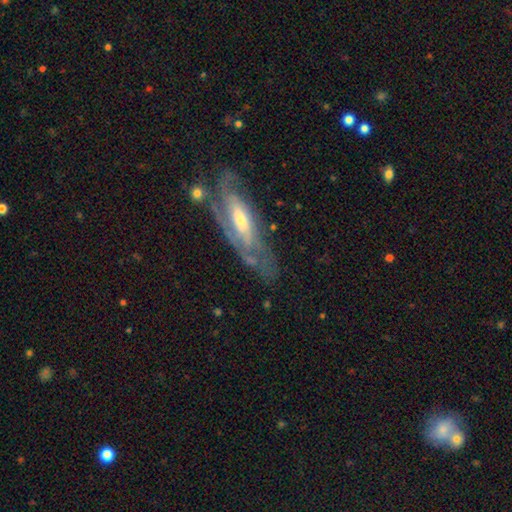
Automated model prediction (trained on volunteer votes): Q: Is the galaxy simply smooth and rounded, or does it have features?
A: featured or disk — 75%.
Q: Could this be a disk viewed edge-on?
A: no — 69%.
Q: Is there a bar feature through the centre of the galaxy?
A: no — 45%.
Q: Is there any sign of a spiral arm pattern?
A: yes — 78%.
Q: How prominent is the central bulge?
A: moderate — 55%.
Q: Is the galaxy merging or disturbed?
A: none — 62%.